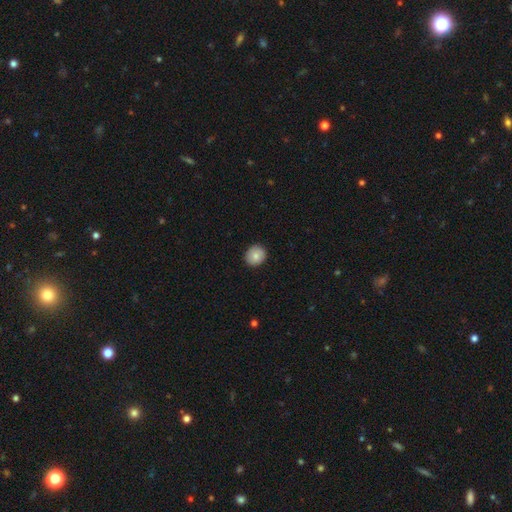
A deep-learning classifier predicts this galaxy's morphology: Smooth or featured? Predicted: smooth (p=0.82). How rounded? Predicted: round (p=0.83). Merging? Predicted: none (p=0.90).